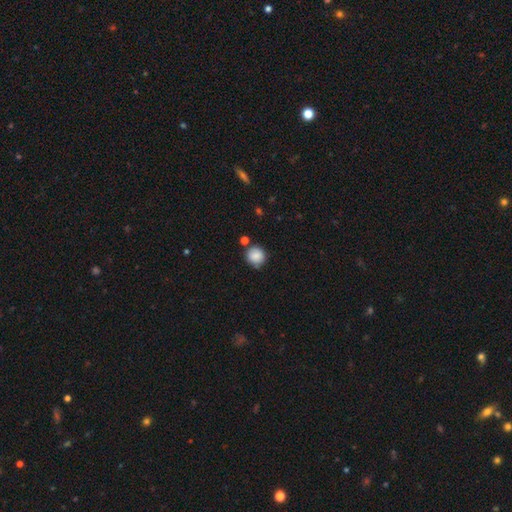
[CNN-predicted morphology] Smooth or featured? smooth (87%)
How rounded? round (90%)
Merging? none (78%)